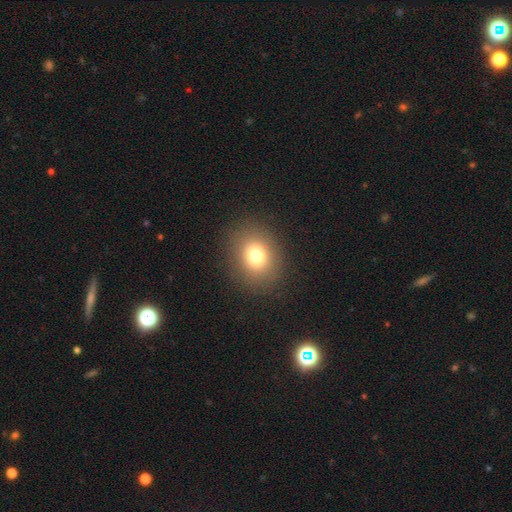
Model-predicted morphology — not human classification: This is likely a smooth galaxy (77%). How rounded: possibly round (56%). Merging: clearly none (87%).